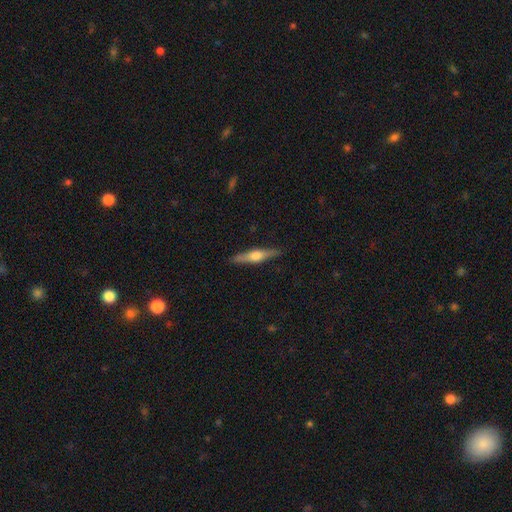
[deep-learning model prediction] The model was most divided on "smooth or featured": featured or disk: 63%, smooth: 31%, star or artifact: 6%. More confident: edge-on disk — yes (97%); edge-on bulge — rounded (90%); merging — none (90%).